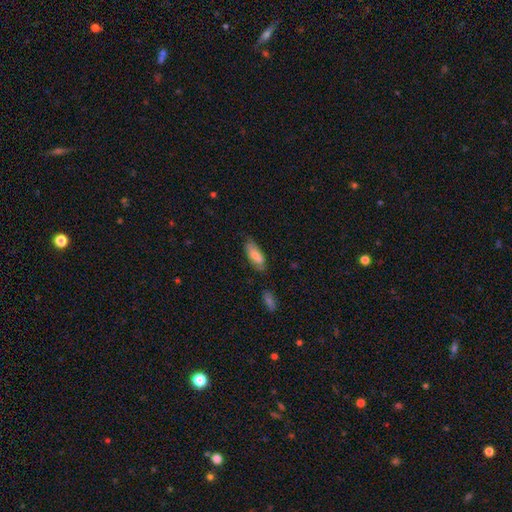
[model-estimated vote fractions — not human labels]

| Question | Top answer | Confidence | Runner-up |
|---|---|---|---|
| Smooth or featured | smooth | 72% | featured or disk (22%) |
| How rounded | in between | 79% | cigar-shaped (19%) |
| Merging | none | 66% | minor disturbance (25%) |